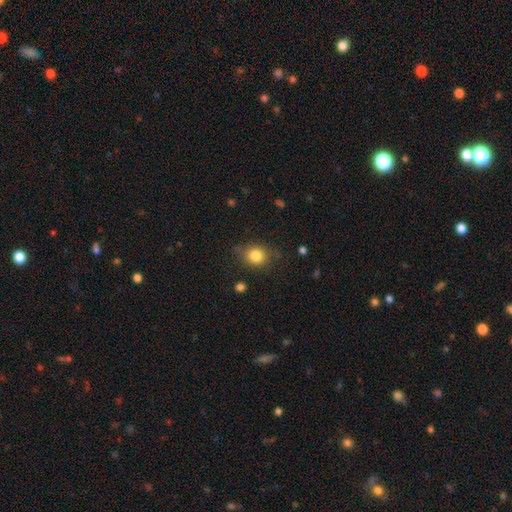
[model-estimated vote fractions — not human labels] A smooth galaxy with no disk features (82%) that is round (70%).

Vote fractions:
- Smooth or featured? smooth: 82% / star or artifact: 11% / featured or disk: 7%
- How rounded? round: 70% / in between: 29% / cigar-shaped: 1%
- Merging? none: 78% / minor disturbance: 15% / major disturbance: 4% / merger: 2%